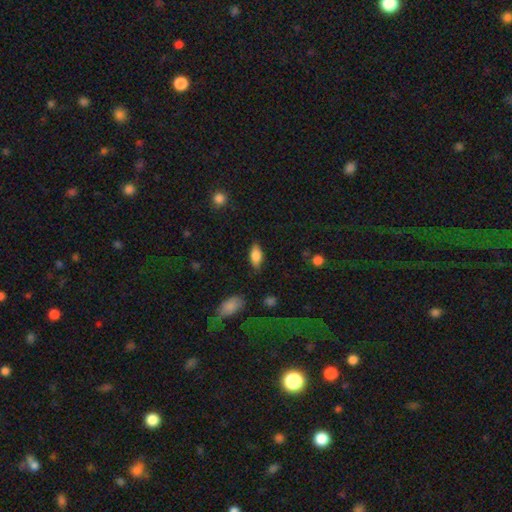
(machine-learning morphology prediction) smooth 82%, featured or disk 11%, star or artifact 7%. Down the decision tree: how rounded — in between (86%); merging — none (82%).